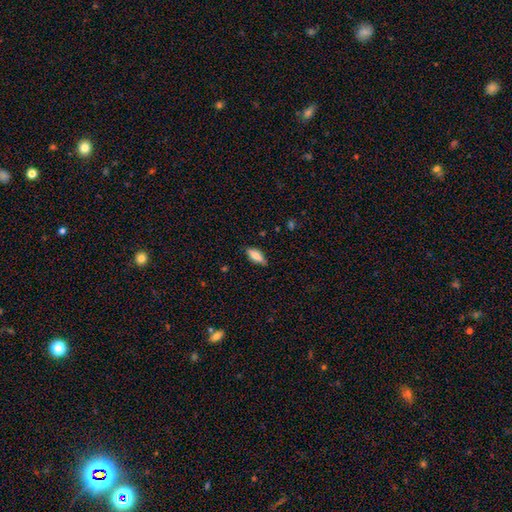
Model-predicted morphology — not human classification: A smooth galaxy with no disk features (77%) that is in between round and cigar-shaped (71%). Merging: none (79%).